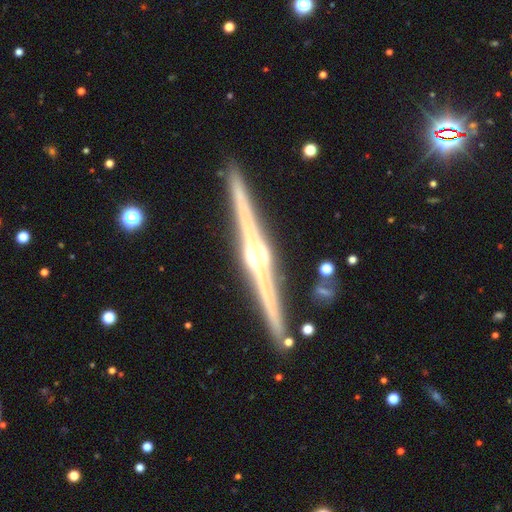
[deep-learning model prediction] The model was most divided on "edge-on bulge": rounded: 79%, boxy: 14%, none: 7%. More confident: edge-on disk — yes (99%); merging — none (91%); smooth or featured — featured or disk (89%).